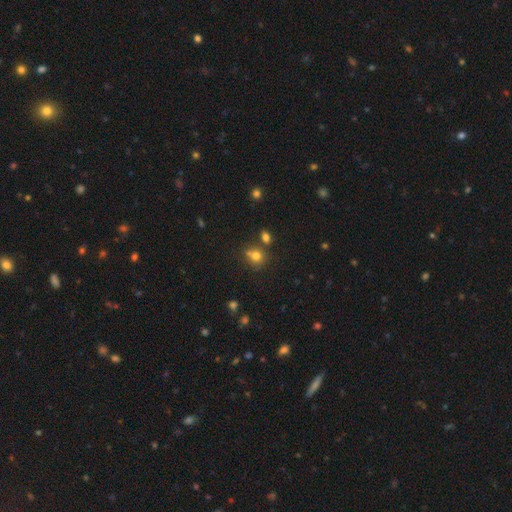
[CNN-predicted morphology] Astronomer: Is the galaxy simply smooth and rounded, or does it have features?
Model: smooth — 74%.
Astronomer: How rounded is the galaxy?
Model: round — 77%.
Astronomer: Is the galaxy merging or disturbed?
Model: none — 60%.